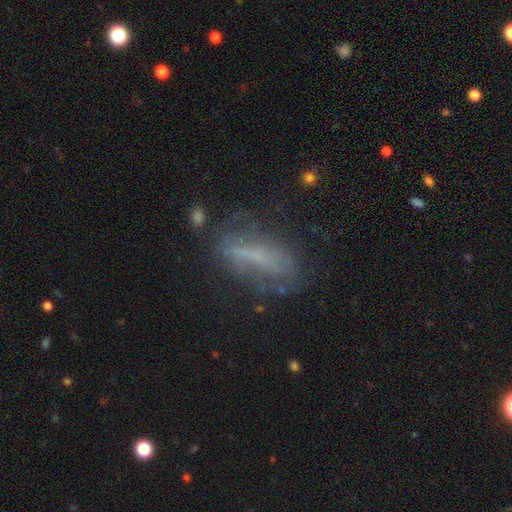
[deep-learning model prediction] Q: Smooth or featured?
A: smooth (45%); runner-up: featured or disk (41%)
Q: Merging?
A: none (57%); runner-up: minor disturbance (23%)